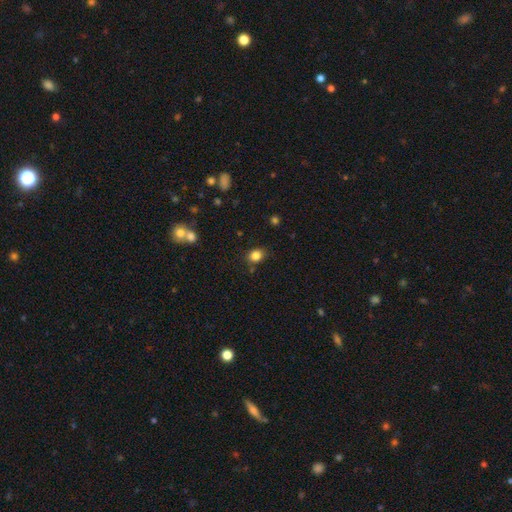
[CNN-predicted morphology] Smooth or featured?
  - smooth: 83% *
  - star or artifact: 12%
  - featured or disk: 5%
How rounded?
  - round: 59% *
  - in between: 40%
  - cigar-shaped: 1%
Merging?
  - none: 81% *
  - minor disturbance: 12%
  - merger: 4%
  - major disturbance: 3%